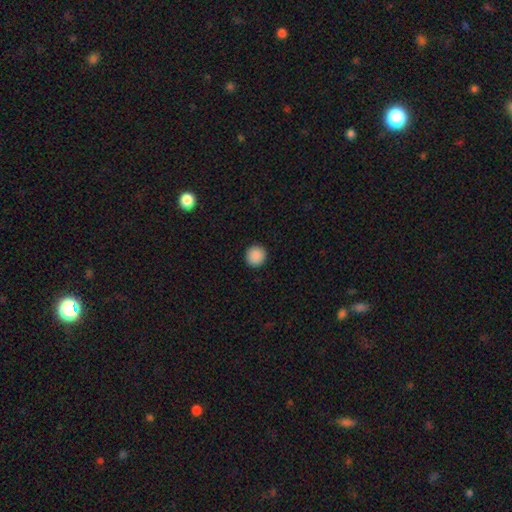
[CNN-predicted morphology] Smooth or featured? Predicted: smooth (p=0.90). How rounded? Predicted: round (p=0.94). Merging? Predicted: none (p=0.93).